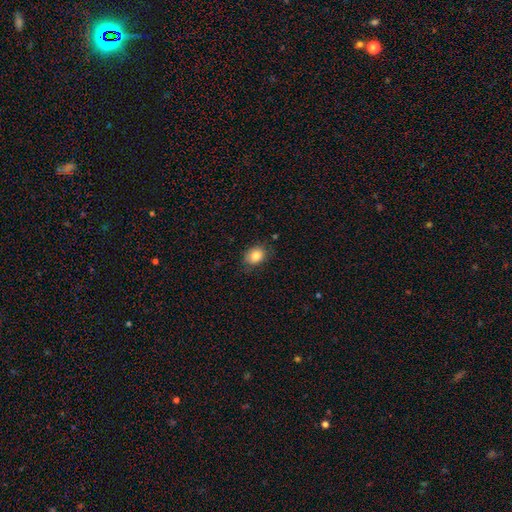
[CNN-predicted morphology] type=smooth (83%); roundness=in between (61%); merging=none (76%).